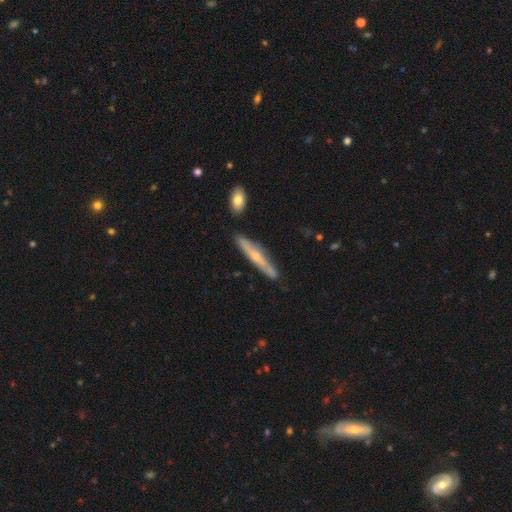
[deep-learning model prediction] Smooth or featured: featured or disk — 61% (smooth — 33%)
Edge-on disk: yes — 87% (no — 13%)
Edge-on bulge: rounded — 77% (none — 20%)
Merging: none — 81% (minor disturbance — 13%)